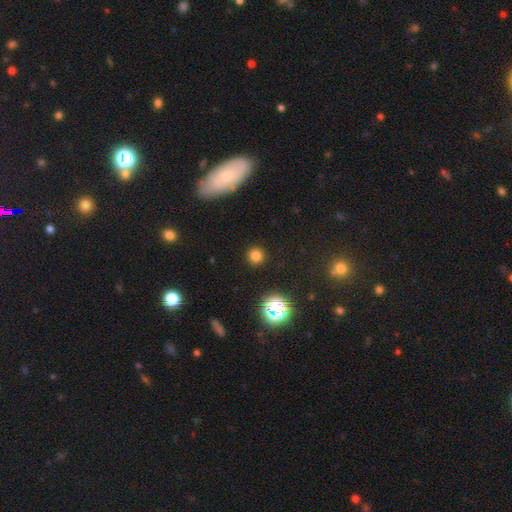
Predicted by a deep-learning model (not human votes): Overall: smooth (76%). How rounded: round (94%). Merging: none (91%).